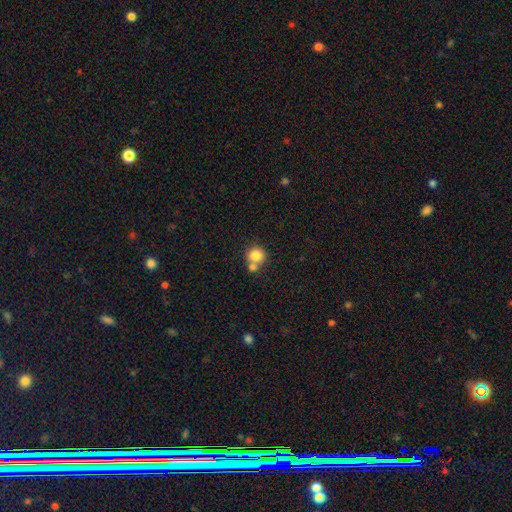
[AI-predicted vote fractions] smooth_or_featured: smooth (p=0.81) [alt: star or artifact p=0.10]
how_rounded: round (p=0.90) [alt: in between p=0.09]
merging: none (p=0.49) [alt: merger p=0.40]